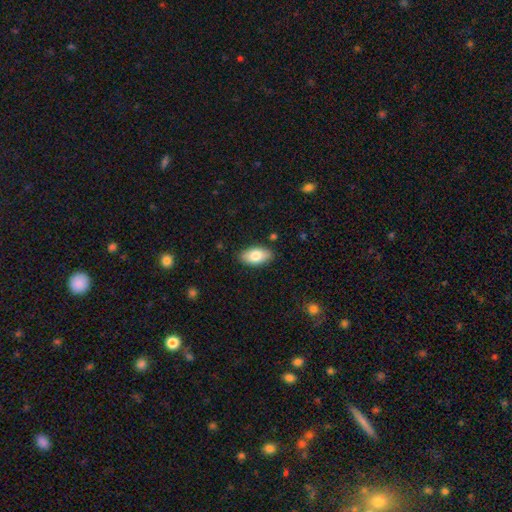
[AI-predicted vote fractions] Morphology: type=smooth (80%); roundness=in between (93%); merging=none (86%).